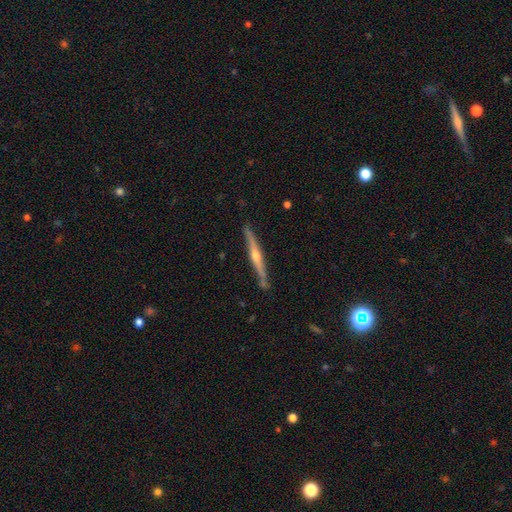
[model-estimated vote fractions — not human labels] smooth-or-featured: featured or disk: 78% | smooth: 16% | star or artifact: 6%
  disk-edge-on: yes: 98% | no: 2%
    edge-on-bulge: rounded: 87% | none: 9% | boxy: 4%
  merging: none: 89% | minor disturbance: 8% | major disturbance: 1% | merger: 1%